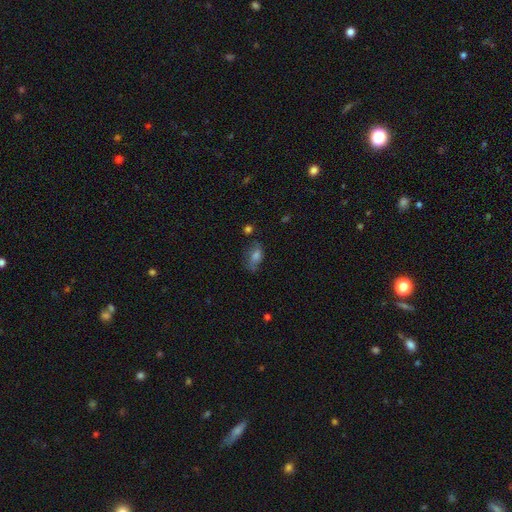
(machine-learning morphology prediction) Overall: smooth (57%; featured or disk 25%). How rounded: in between (82%). Merging: none (60%; minor disturbance 25%).